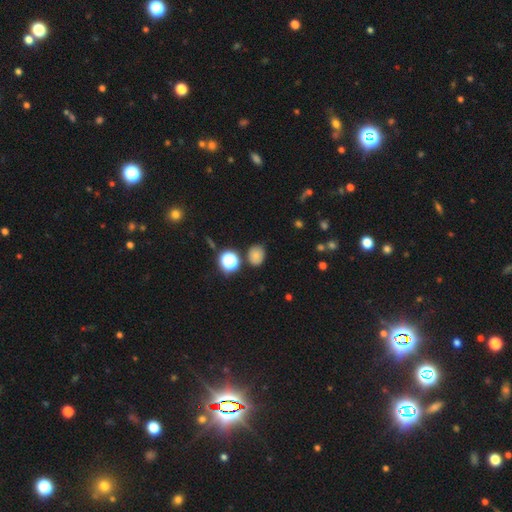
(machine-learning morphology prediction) smooth_or_featured: smooth (p=0.72) [alt: star or artifact p=0.19]
how_rounded: round (p=0.57) [alt: in between p=0.42]
merging: none (p=0.75) [alt: minor disturbance p=0.16]